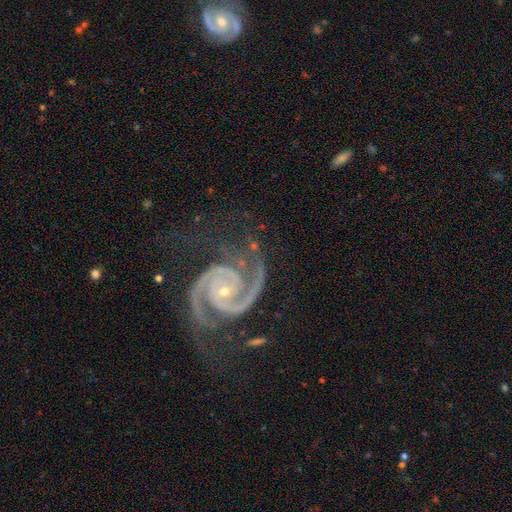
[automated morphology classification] Overall: featured or disk (92%). Edge-on disk: no (98%). Bar: no (52%; weak 32%). Spiral arms: yes (99%). Spiral arm count: 2 (90%). Spiral winding: tight (47%; medium 46%). Bulge size: small (68%). Merging: none (72%).